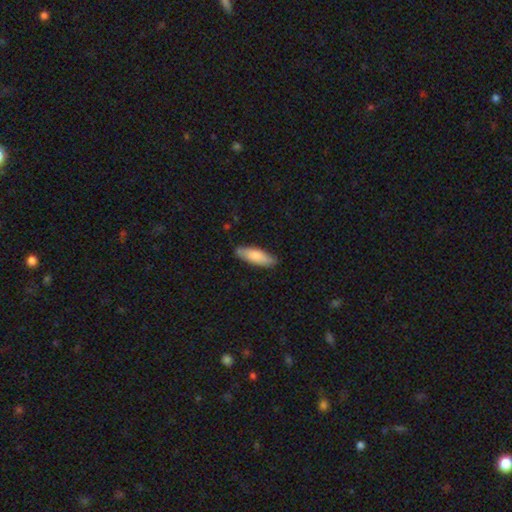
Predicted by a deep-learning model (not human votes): smooth_or_featured: smooth (p=0.81) [alt: featured or disk p=0.14]
how_rounded: in between (p=0.54) [alt: cigar-shaped p=0.44]
merging: none (p=0.84) [alt: minor disturbance p=0.12]